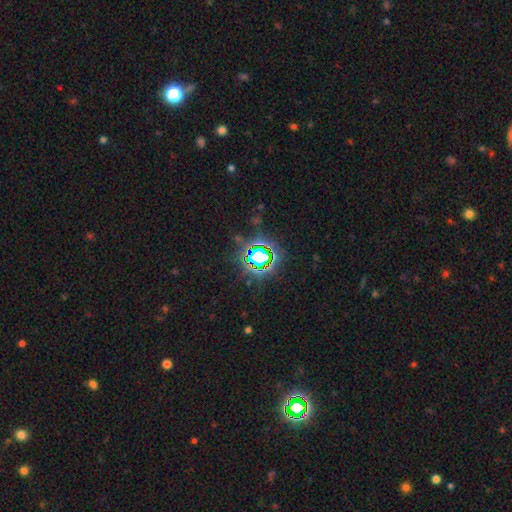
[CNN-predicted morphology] Smooth or featured: star or artifact — 77% (smooth — 14%)